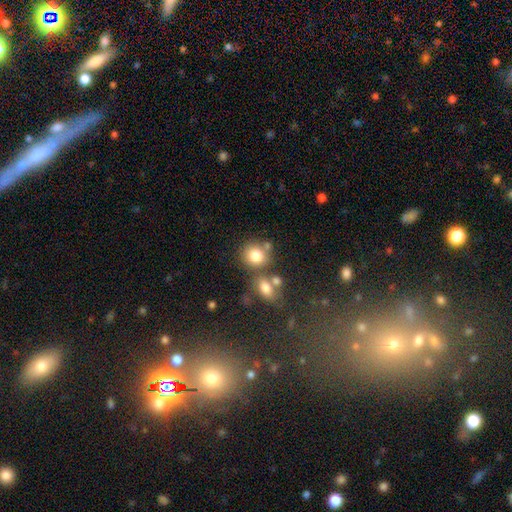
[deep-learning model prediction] Smooth or featured? Predicted: smooth (p=0.79). How rounded? Predicted: round (p=0.75). Merging? Predicted: none (p=0.55).